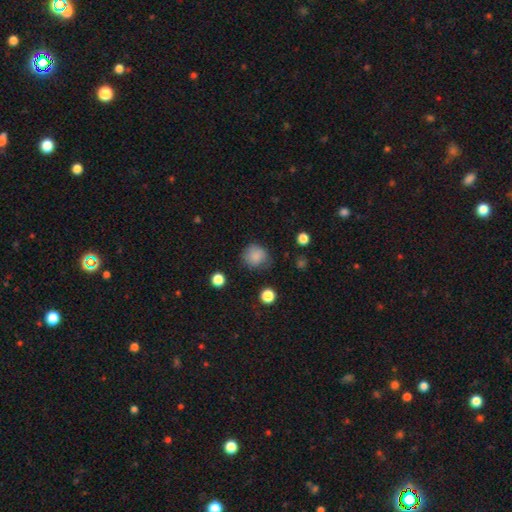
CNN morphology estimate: smooth_or_featured: smooth (p=0.84) [alt: star or artifact p=0.11]
how_rounded: round (p=0.86) [alt: in between p=0.13]
merging: none (p=0.74) [alt: minor disturbance p=0.19]